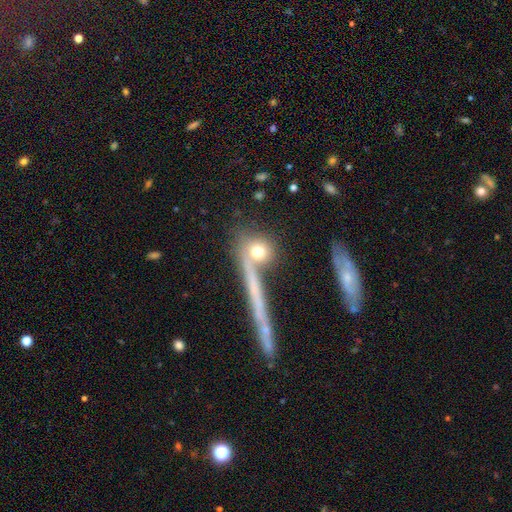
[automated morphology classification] type=smooth (58%); roundness=round (68%); merging=none (67%).